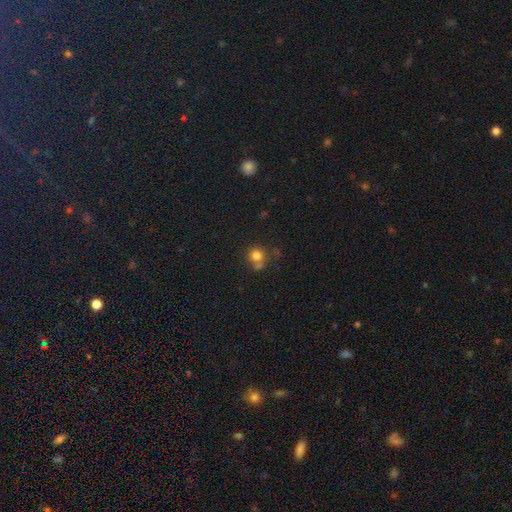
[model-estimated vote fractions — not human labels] smooth-or-featured: smooth: 77% | star or artifact: 13% | featured or disk: 9%
  how-rounded: round: 86% | in between: 13% | cigar-shaped: 1%
  merging: none: 54% | merger: 28% | minor disturbance: 13% | major disturbance: 5%